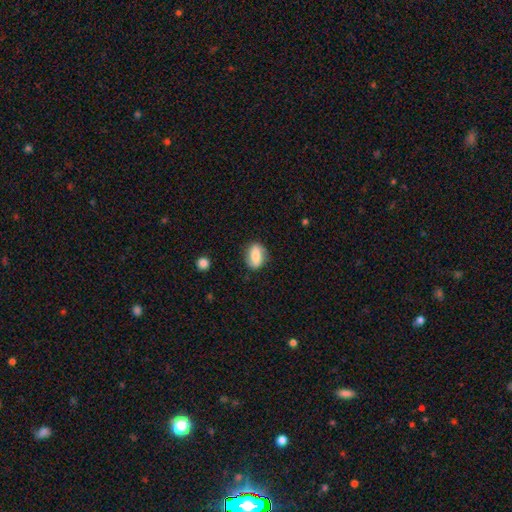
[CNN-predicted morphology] smooth-or-featured: smooth: 67% | featured or disk: 25% | star or artifact: 8%
  how-rounded: in between: 76% | round: 20% | cigar-shaped: 4%
  merging: none: 79% | minor disturbance: 16% | major disturbance: 4% | merger: 1%